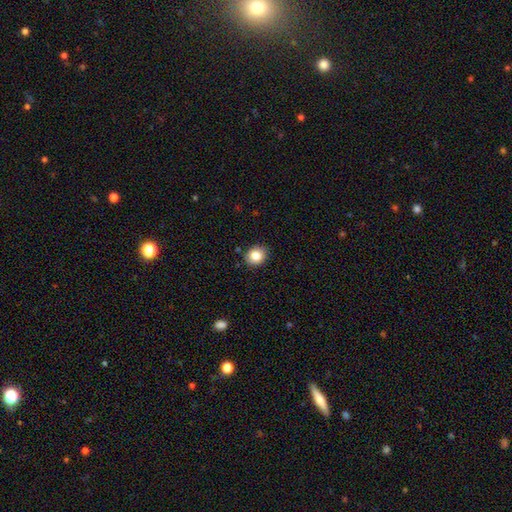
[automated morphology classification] smooth_or_featured: smooth (p=0.84) [alt: star or artifact p=0.10]
how_rounded: round (p=0.73) [alt: in between p=0.26]
merging: none (p=0.88) [alt: minor disturbance p=0.09]